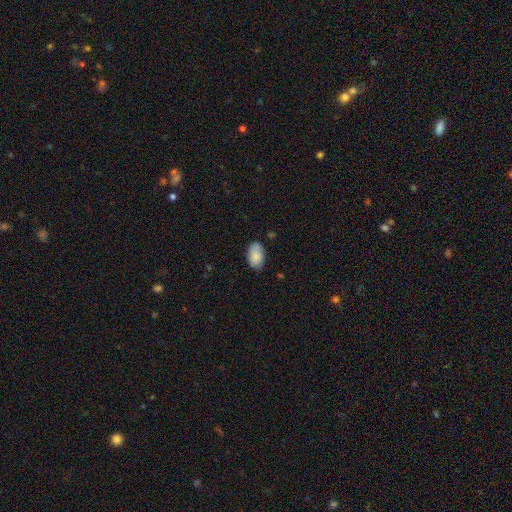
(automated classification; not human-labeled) Overall: smooth (84%). How rounded: in between (92%). Merging: none (77%).